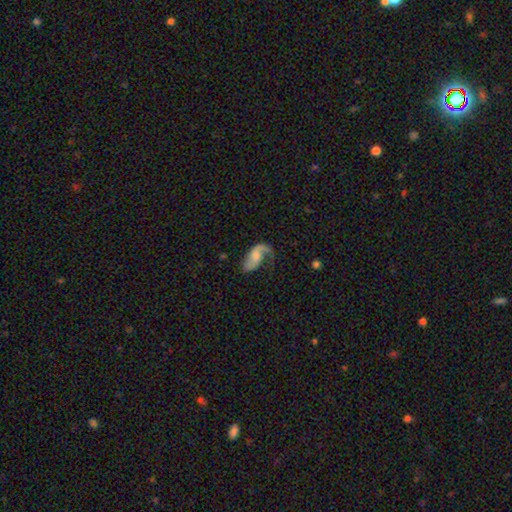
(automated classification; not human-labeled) smooth_or_featured: featured or disk (p=0.64) [alt: smooth p=0.29]
disk_edge_on: no (p=0.96) [alt: yes p=0.04]
bar: no (p=0.60) [alt: weak p=0.31]
has_spiral_arms: yes (p=0.88) [alt: no p=0.12]
spiral_winding: loose (p=0.67) [alt: medium p=0.25]
spiral_arm_count: 1 (p=0.50) [alt: 2 p=0.45]
bulge_size: none (p=0.34) [alt: small p=0.30]
merging: major disturbance (p=0.41) [alt: none p=0.34]